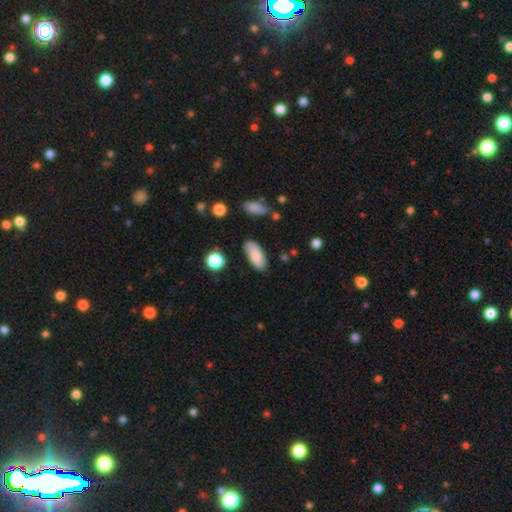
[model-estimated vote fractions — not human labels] Smooth or featured? smooth (81%)
How rounded? in between (88%)
Merging? none (71%)